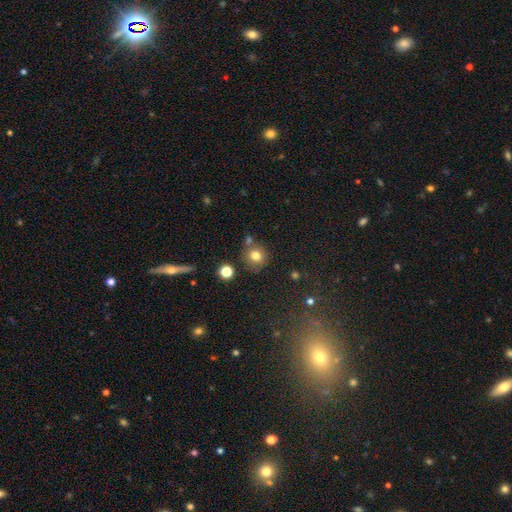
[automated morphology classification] Overall: smooth (77%). How rounded: round (86%). Merging: none (72%).